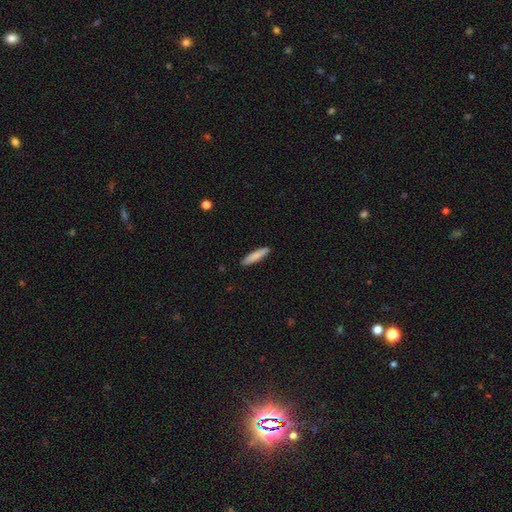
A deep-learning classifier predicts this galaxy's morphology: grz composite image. It shows a smooth galaxy with no disk features (81%) that is cigar-shaped (84%). Merging: none (90%).